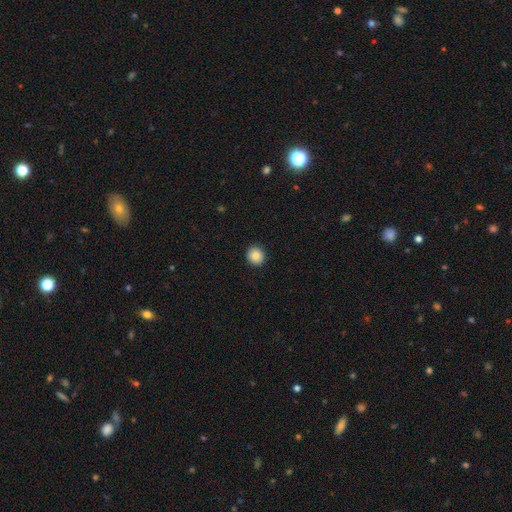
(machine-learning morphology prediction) A smooth galaxy with no disk features (84%) that is round (90%).

Vote fractions:
- Smooth or featured? smooth: 84% / star or artifact: 9% / featured or disk: 7%
- How rounded? round: 90% / in between: 9% / cigar-shaped: 1%
- Merging? none: 92% / minor disturbance: 6% / major disturbance: 2% / merger: 1%